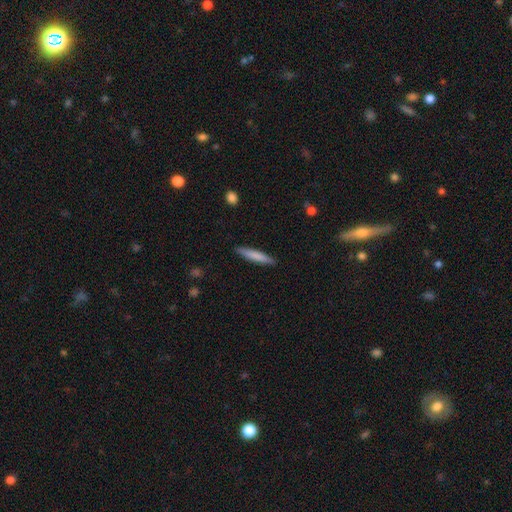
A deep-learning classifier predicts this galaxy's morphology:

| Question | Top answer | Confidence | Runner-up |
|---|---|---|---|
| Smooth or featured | smooth | 77% | featured or disk (17%) |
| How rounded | cigar-shaped | 92% | in between (7%) |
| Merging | none | 90% | minor disturbance (7%) |